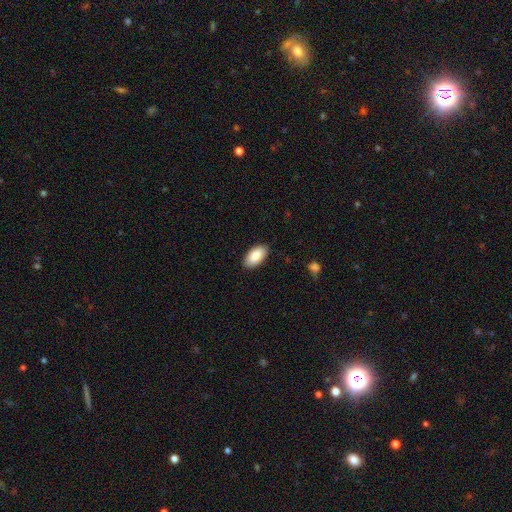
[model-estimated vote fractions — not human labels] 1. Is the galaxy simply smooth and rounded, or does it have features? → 87% smooth, 7% featured or disk, 6% star or artifact.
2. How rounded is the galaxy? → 95% in between, 2% round, 2% cigar-shaped.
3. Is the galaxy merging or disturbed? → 88% none, 9% minor disturbance, 2% major disturbance, 1% merger.